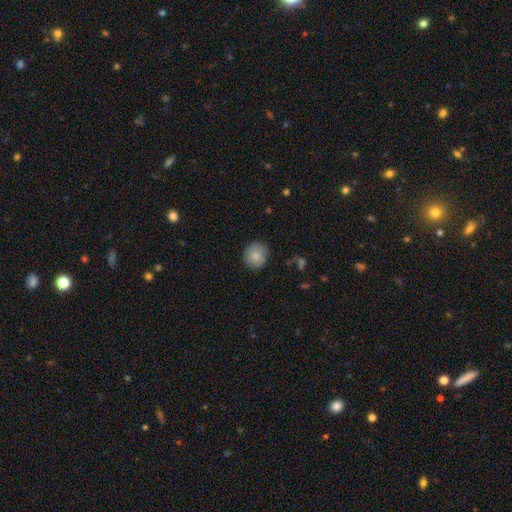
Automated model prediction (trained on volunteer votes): smooth 86%, star or artifact 8%, featured or disk 7%. Down the decision tree: how rounded — round (89%); merging — none (86%).